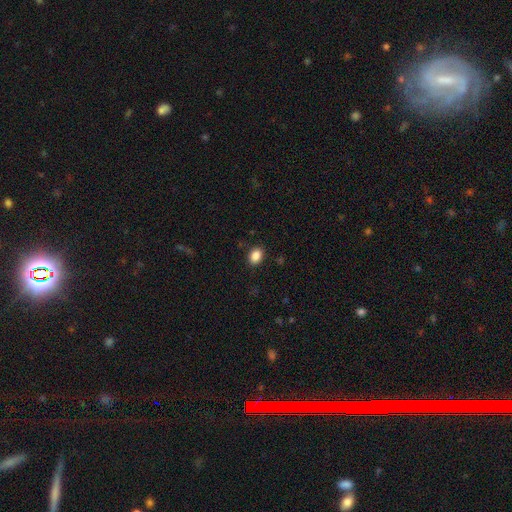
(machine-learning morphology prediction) Smooth or featured: smooth — 87% (star or artifact — 9%)
How rounded: in between — 73% (round — 26%)
Merging: none — 88% (minor disturbance — 8%)